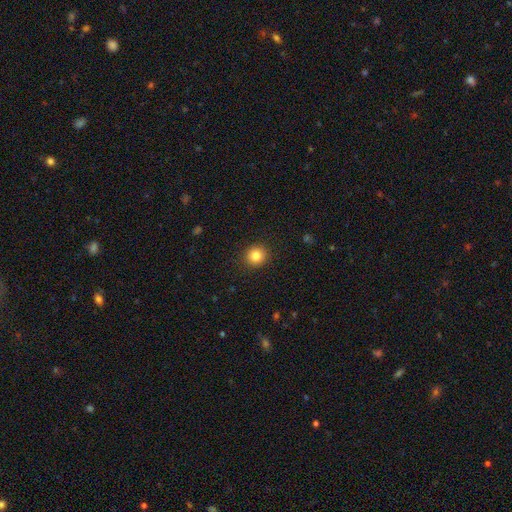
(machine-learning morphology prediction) Smooth or featured? Predicted: smooth (p=0.84). How rounded? Predicted: round (p=0.91). Merging? Predicted: none (p=0.91).